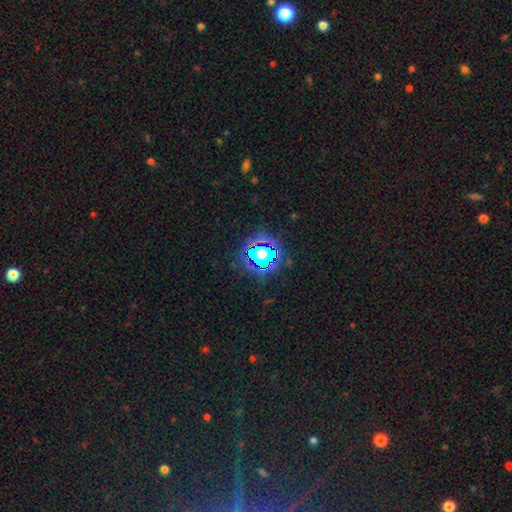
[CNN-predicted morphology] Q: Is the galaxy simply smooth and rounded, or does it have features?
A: star or artifact — 82%.